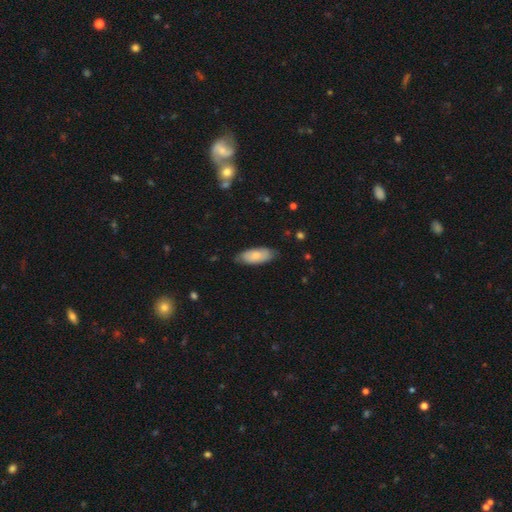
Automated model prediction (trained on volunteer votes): This is likely a smooth galaxy (76%). How rounded: clearly in between (86%). Merging: likely none (76%).